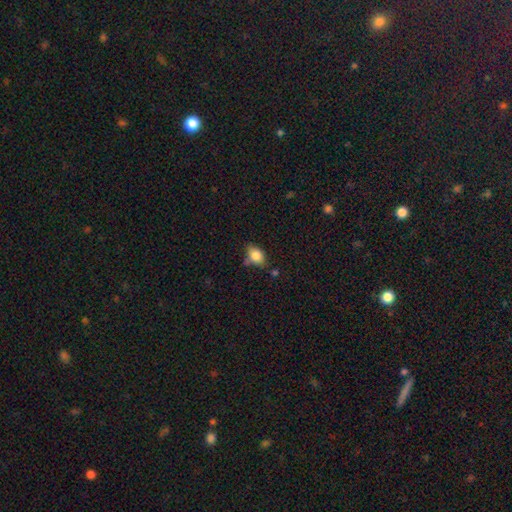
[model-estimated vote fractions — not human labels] Smooth or featured: smooth — 82% (featured or disk — 9%)
How rounded: in between — 78% (round — 19%)
Merging: none — 64% (minor disturbance — 22%)